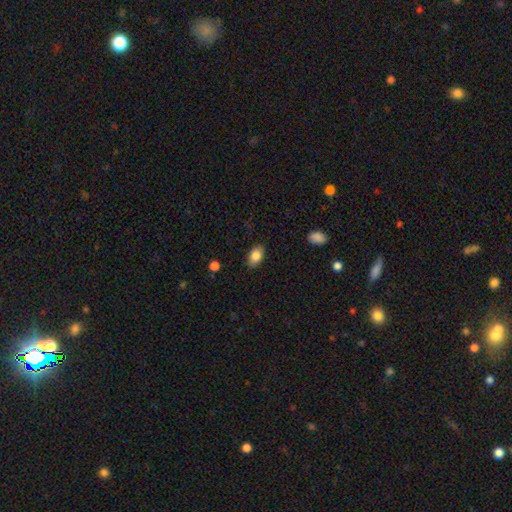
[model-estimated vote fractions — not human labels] smooth 86%, star or artifact 8%, featured or disk 7%. Down the decision tree: how rounded — in between (91%); merging — none (87%).